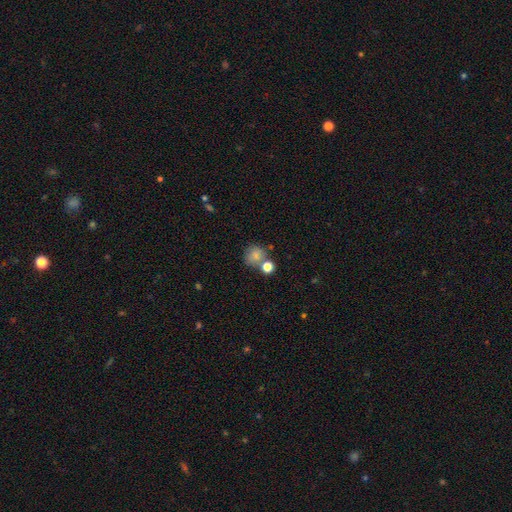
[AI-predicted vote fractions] Smooth or featured?
  - smooth: 79% *
  - star or artifact: 12%
  - featured or disk: 9%
How rounded?
  - round: 84% *
  - in between: 15%
  - cigar-shaped: 1%
Merging?
  - none: 56% *
  - merger: 25%
  - minor disturbance: 13%
  - major disturbance: 6%